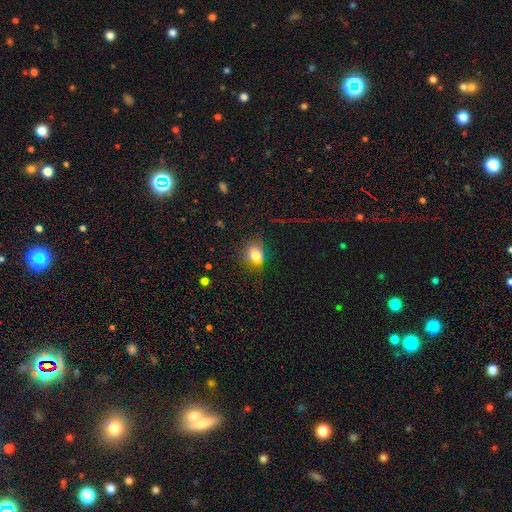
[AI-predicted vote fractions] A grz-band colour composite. It shows a smooth galaxy with no disk features (75%) that is round (59%). Merging: none (67%).